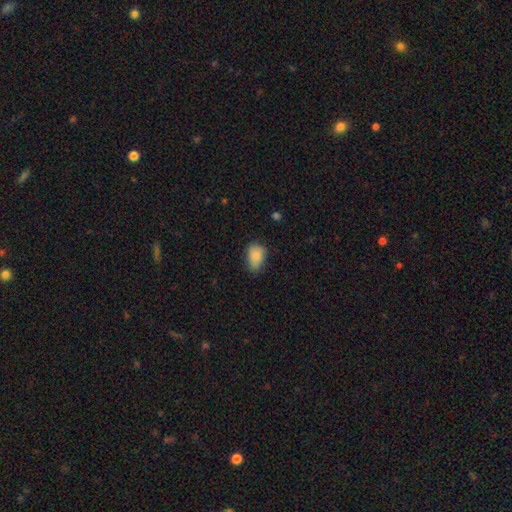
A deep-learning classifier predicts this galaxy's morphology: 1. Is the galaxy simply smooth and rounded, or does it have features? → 85% smooth, 8% star or artifact, 7% featured or disk.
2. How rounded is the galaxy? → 83% in between, 16% round, 1% cigar-shaped.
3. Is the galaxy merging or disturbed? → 61% none, 31% minor disturbance, 6% major disturbance, 2% merger.